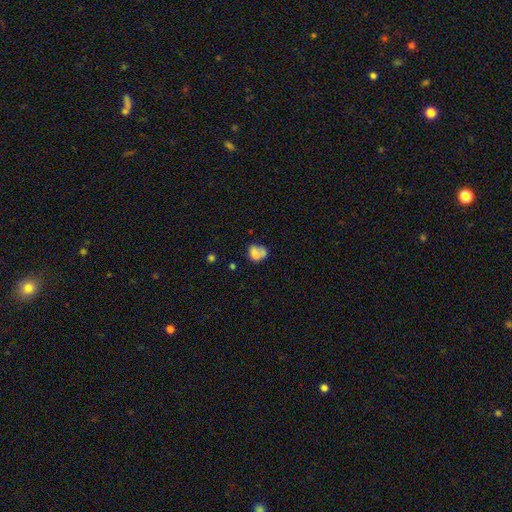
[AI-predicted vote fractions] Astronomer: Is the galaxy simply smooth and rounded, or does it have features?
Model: smooth — 66%.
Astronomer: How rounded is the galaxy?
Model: in between — 54% (runner-up: round, 45%).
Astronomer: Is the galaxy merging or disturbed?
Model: merger — 33%, tied with none at 33%.